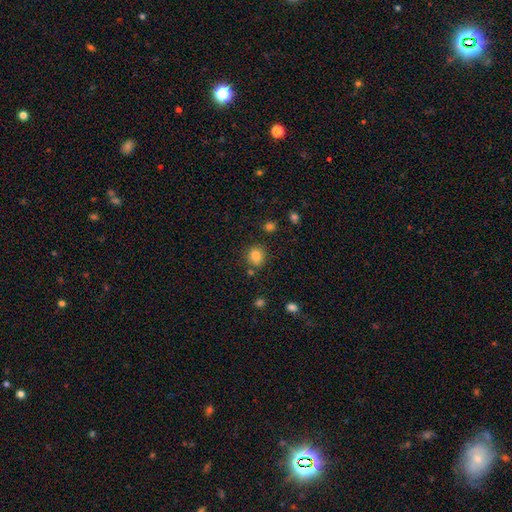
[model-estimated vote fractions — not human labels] smooth 84%, star or artifact 11%, featured or disk 5%. Down the decision tree: how rounded — round (76%); merging — none (78%).